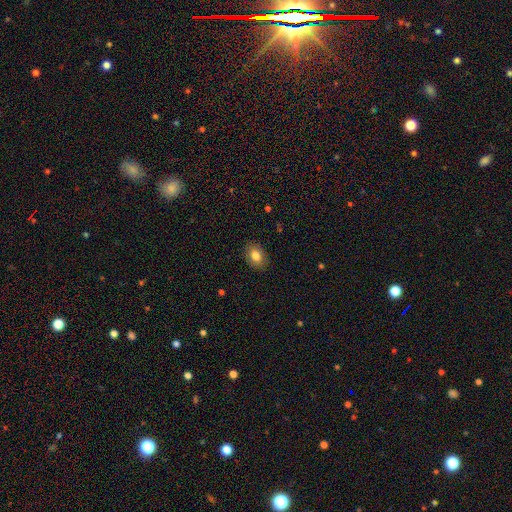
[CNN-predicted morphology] Smooth or featured?
  - smooth: 81% *
  - featured or disk: 10%
  - star or artifact: 9%
How rounded?
  - in between: 76% *
  - round: 23%
  - cigar-shaped: 1%
Merging?
  - none: 86% *
  - minor disturbance: 10%
  - major disturbance: 3%
  - merger: 1%